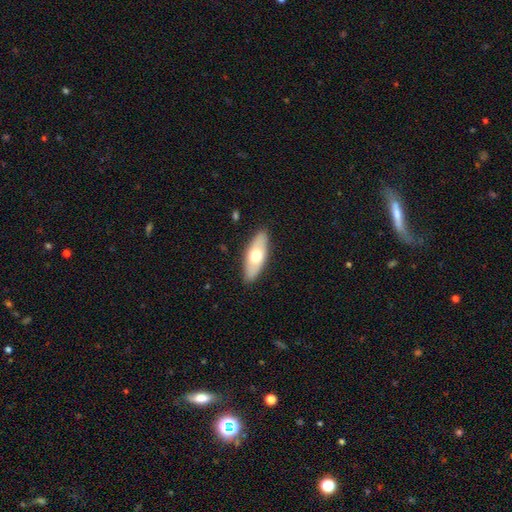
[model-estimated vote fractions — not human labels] This is possibly a smooth galaxy (58%). How rounded: likely in between (70%). Merging: clearly none (88%).